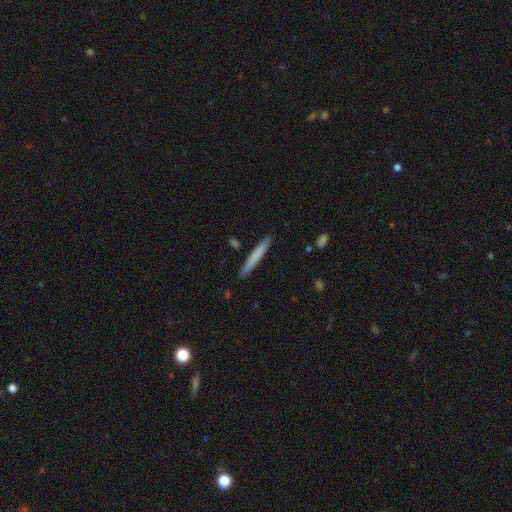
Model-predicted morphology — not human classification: This is likely a smooth galaxy (69%). How rounded: clearly cigar-shaped (96%). Merging: clearly none (89%).